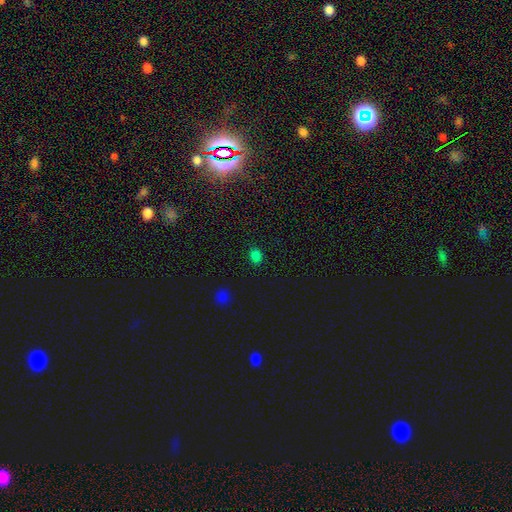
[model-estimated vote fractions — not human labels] A smooth galaxy with no disk features (79%) that is in between round and cigar-shaped (60%).

Vote fractions:
- Smooth or featured? smooth: 79% / star or artifact: 17% / featured or disk: 4%
- How rounded? in between: 60% / round: 39% / cigar-shaped: 1%
- Merging? none: 88% / minor disturbance: 8% / major disturbance: 2% / merger: 1%